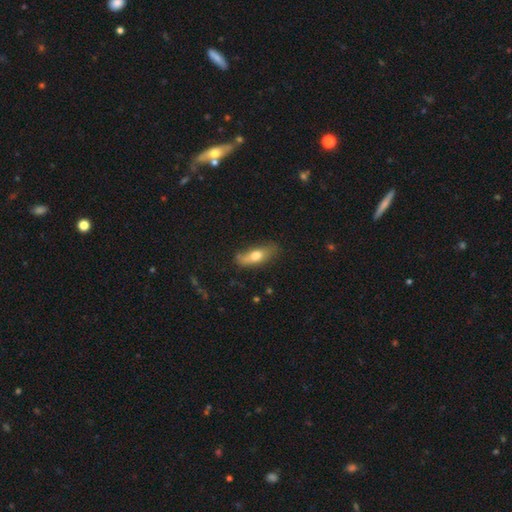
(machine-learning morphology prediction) smooth-or-featured: smooth: 65% | featured or disk: 28% | star or artifact: 7%
  how-rounded: in between: 59% | cigar-shaped: 37% | round: 4%
  merging: none: 62% | minor disturbance: 26% | major disturbance: 8% | merger: 4%